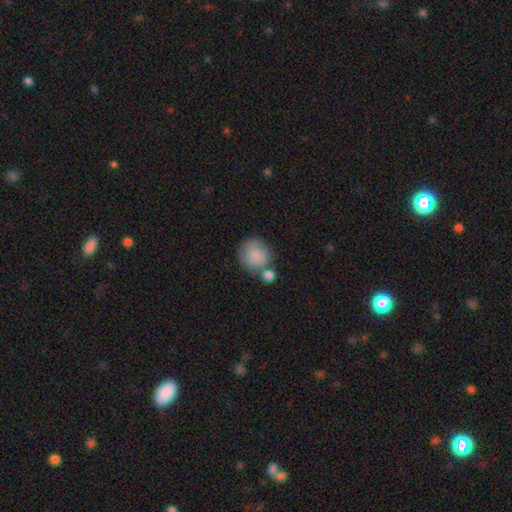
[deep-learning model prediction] Morphology: type=smooth (85%); roundness=round (84%); merging=none (50%).